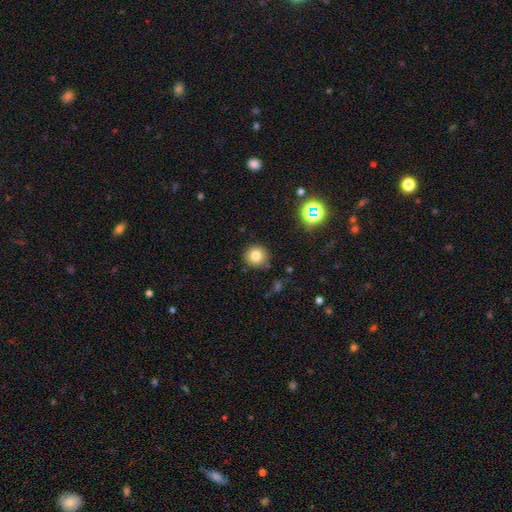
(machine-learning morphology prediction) This appears to be a smooth galaxy with no disk features (77%) that is round (93%). Merging: none (87%).